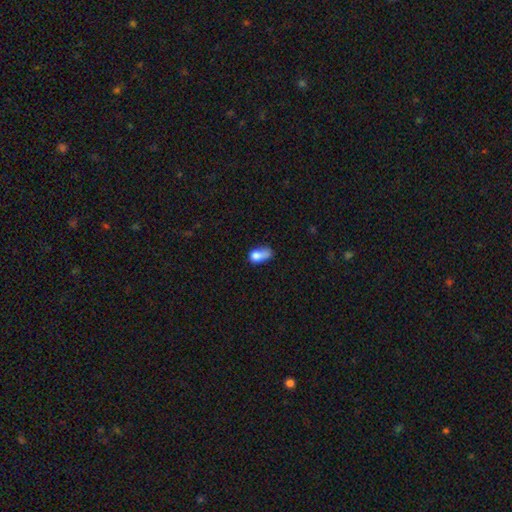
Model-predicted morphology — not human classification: Smooth or featured?
  - smooth: 75% *
  - featured or disk: 15%
  - star or artifact: 10%
How rounded?
  - in between: 81% *
  - round: 14%
  - cigar-shaped: 5%
Merging?
  - minor disturbance: 32% *
  - none: 26%
  - major disturbance: 25%
  - merger: 17%